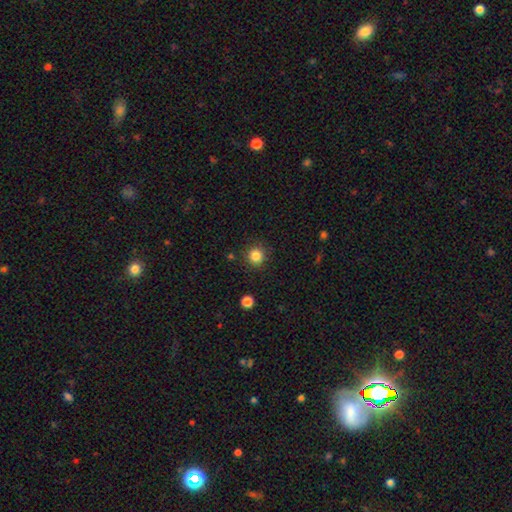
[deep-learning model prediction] This is clearly a smooth galaxy (84%). How rounded: clearly round (94%). Merging: clearly none (89%).